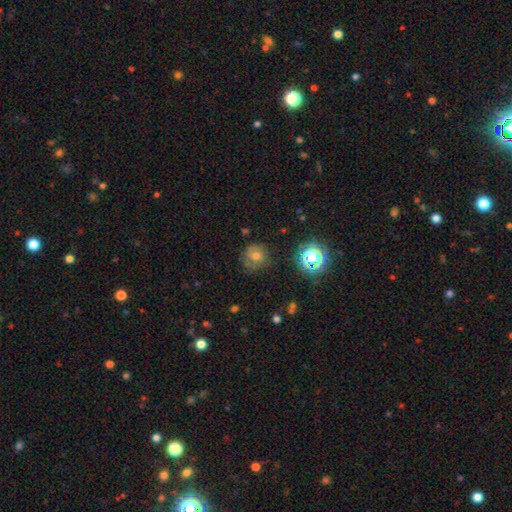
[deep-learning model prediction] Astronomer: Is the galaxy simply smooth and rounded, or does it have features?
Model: smooth — 52%.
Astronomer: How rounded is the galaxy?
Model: round — 86%.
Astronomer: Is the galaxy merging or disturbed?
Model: none — 71%.